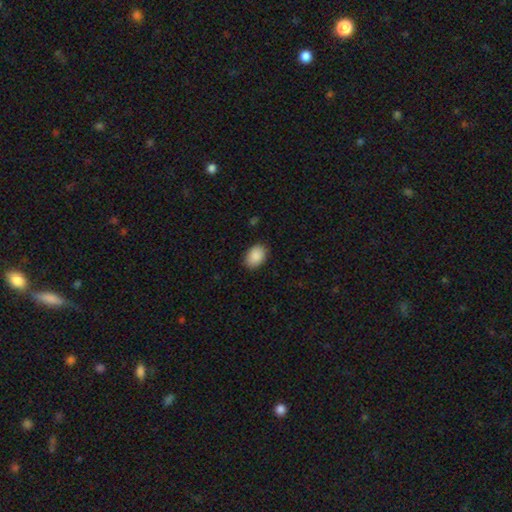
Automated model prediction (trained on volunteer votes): The model was most divided on "how rounded": in between: 81%, round: 18%, cigar-shaped: 1%. More confident: smooth or featured — smooth (90%); merging — none (86%).